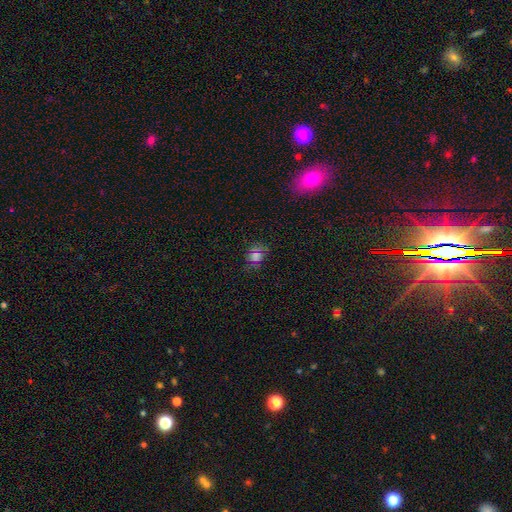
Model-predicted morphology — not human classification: smooth-or-featured: smooth: 59% | star or artifact: 32% | featured or disk: 9%
  how-rounded: in between: 53% | round: 45% | cigar-shaped: 2%
  merging: none: 78% | minor disturbance: 15% | major disturbance: 5% | merger: 2%